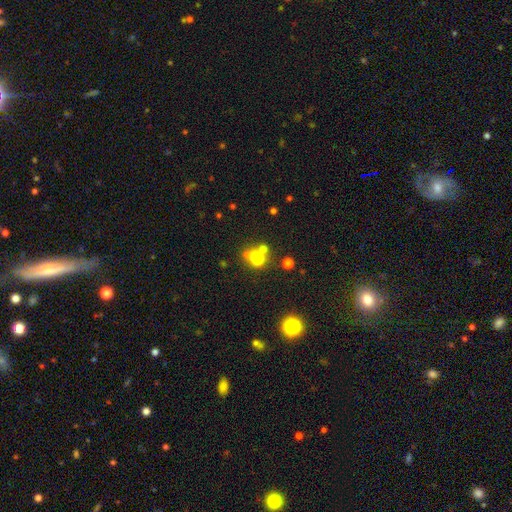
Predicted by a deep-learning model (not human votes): This appears to be a smooth galaxy with no disk features (62%) that is round (68%). Merging: merger (46%).